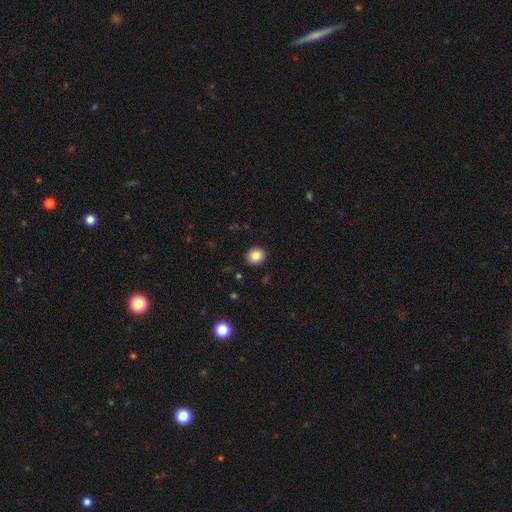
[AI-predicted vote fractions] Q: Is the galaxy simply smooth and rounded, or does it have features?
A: smooth — 86%.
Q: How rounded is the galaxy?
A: round — 79%.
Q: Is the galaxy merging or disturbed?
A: none — 91%.